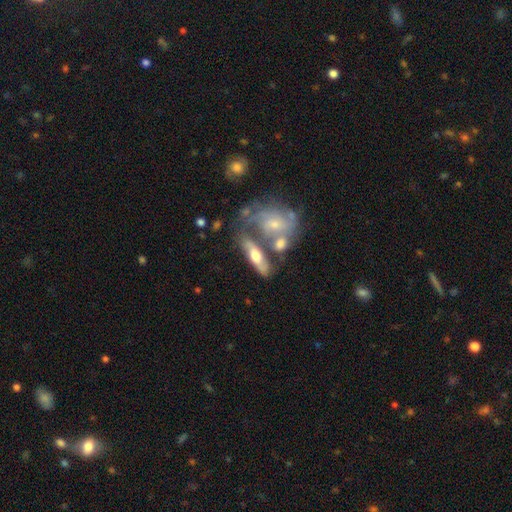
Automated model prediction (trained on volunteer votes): smooth-or-featured: featured or disk: 53% | smooth: 41% | star or artifact: 7%
  disk-edge-on: no: 65% | yes: 35%
  merging: none: 38% (tied) | merger: 38% (tied) | minor disturbance: 16% | major disturbance: 9%